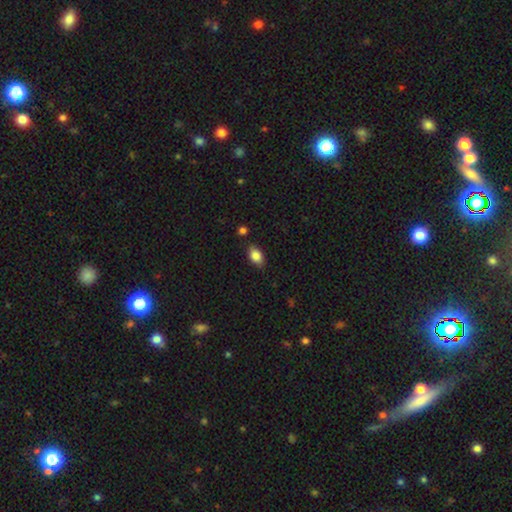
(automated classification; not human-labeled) This is clearly a smooth galaxy (85%). How rounded: clearly in between (88%). Merging: clearly none (83%).